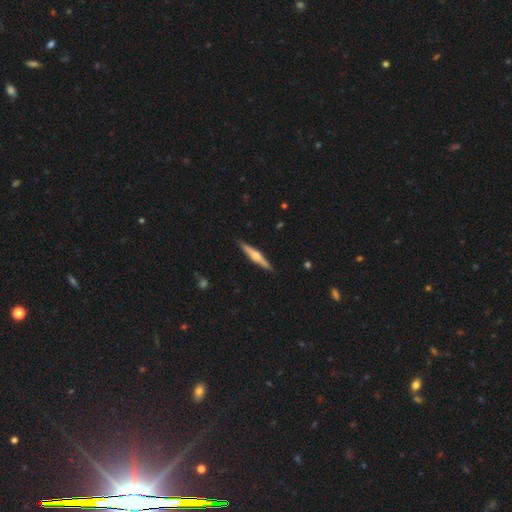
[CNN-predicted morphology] Smooth or featured? featured or disk (66%)
Edge-on disk? yes (98%)
Edge-on bulge? rounded (84%)
Merging? none (90%)